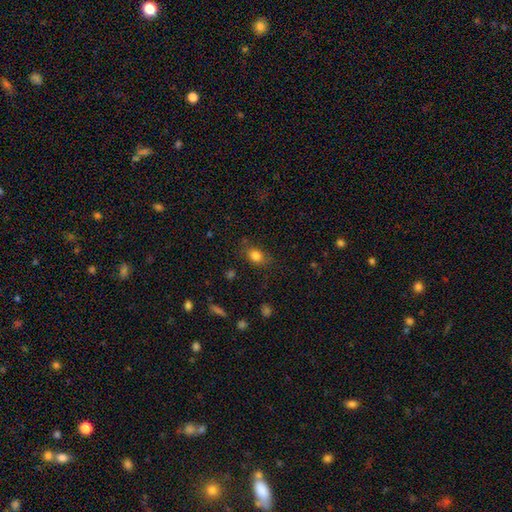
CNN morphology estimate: Smooth or featured?
  - smooth: 82% *
  - star or artifact: 11%
  - featured or disk: 7%
How rounded?
  - in between: 65% *
  - round: 33%
  - cigar-shaped: 2%
Merging?
  - none: 74% *
  - minor disturbance: 19%
  - major disturbance: 5%
  - merger: 2%